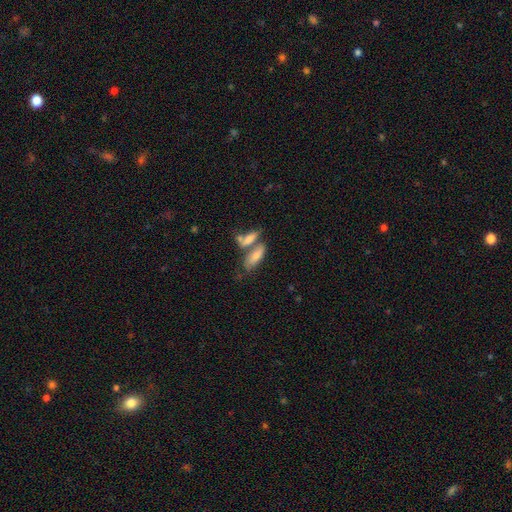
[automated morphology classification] Q: Smooth or featured?
A: smooth (68%); runner-up: featured or disk (24%)
Q: How rounded?
A: in between (62%); runner-up: cigar-shaped (35%)
Q: Merging?
A: merger (49%); runner-up: none (33%)